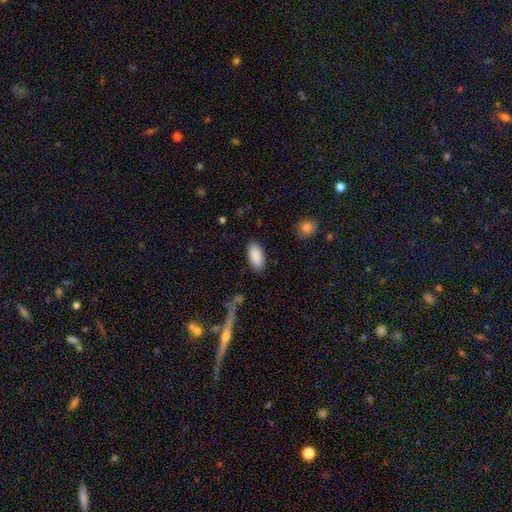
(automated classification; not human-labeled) A smooth galaxy with no disk features (90%) that is in between round and cigar-shaped (93%).

Vote fractions:
- Smooth or featured? smooth: 90% / star or artifact: 6% / featured or disk: 4%
- How rounded? in between: 93% / cigar-shaped: 5% / round: 2%
- Merging? none: 87% / minor disturbance: 9% / major disturbance: 2% / merger: 1%